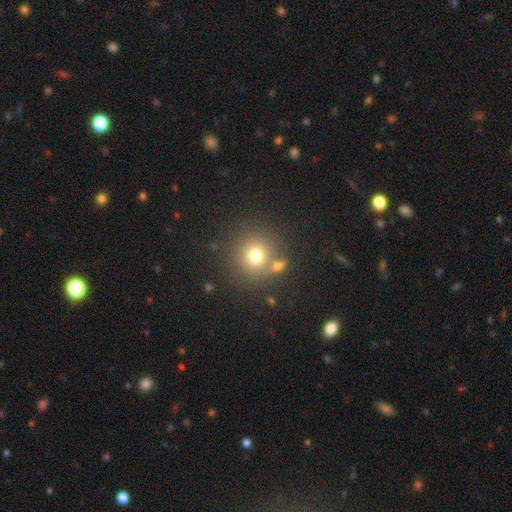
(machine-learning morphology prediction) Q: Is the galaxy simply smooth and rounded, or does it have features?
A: smooth — 72%.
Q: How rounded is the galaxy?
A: round — 91%.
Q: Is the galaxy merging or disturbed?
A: none — 71%.